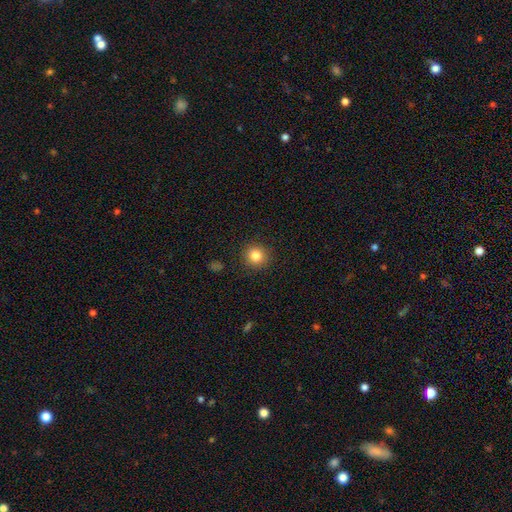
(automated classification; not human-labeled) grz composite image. It shows a smooth galaxy with no disk features (83%) that is round (93%). Merging: none (91%).